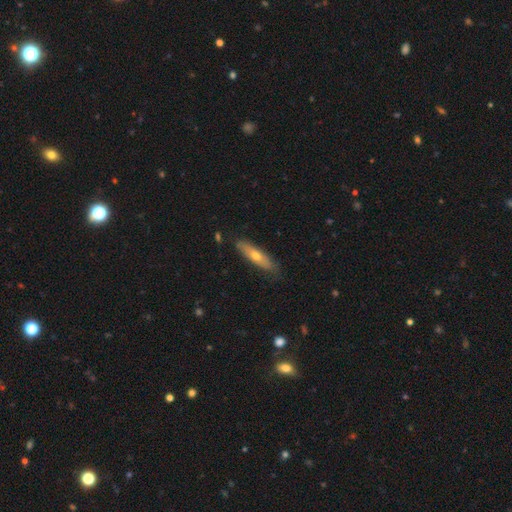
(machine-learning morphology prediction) Smooth or featured?
  - smooth: 53% *
  - featured or disk: 41%
  - star or artifact: 6%
How rounded?
  - cigar-shaped: 72% *
  - in between: 26%
  - round: 2%
Merging?
  - none: 80% *
  - minor disturbance: 16%
  - major disturbance: 3%
  - merger: 2%